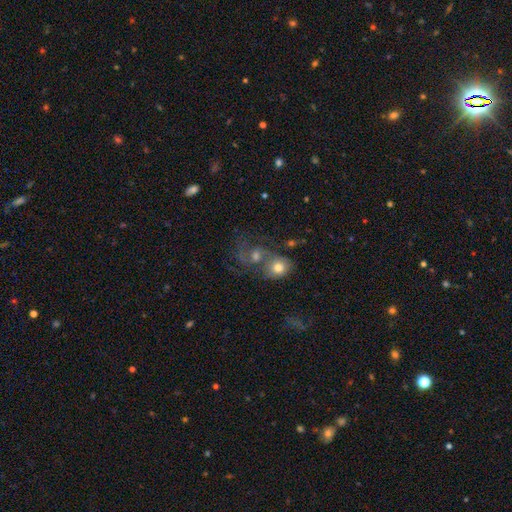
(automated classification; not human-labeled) Morphology: type=smooth (41%); merging=merger (49%).